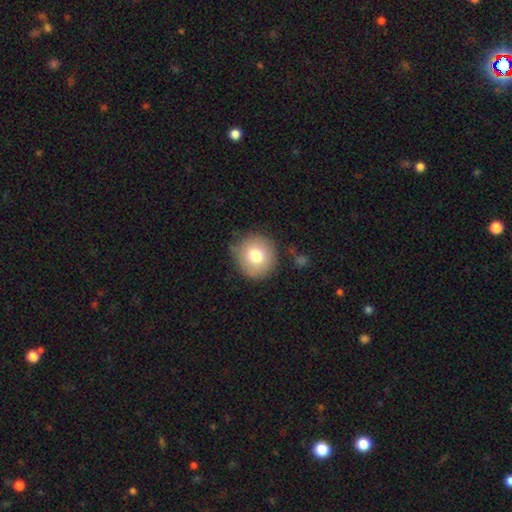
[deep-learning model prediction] smooth 76%, featured or disk 14%, star or artifact 10%. Down the decision tree: how rounded — round (92%); merging — none (80%).